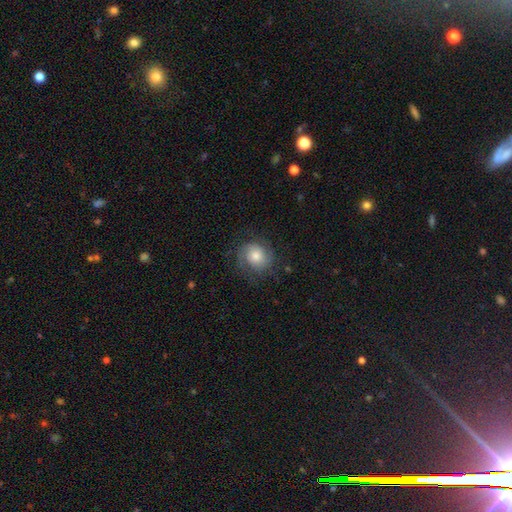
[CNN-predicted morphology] Smooth or featured? featured or disk (46%)
Merging? none (73%)